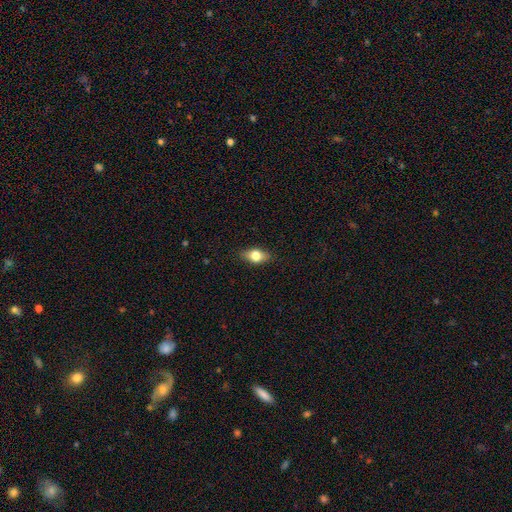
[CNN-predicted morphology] A smooth galaxy with no disk features (68%) that is in between round and cigar-shaped (78%). Merging: none (84%).